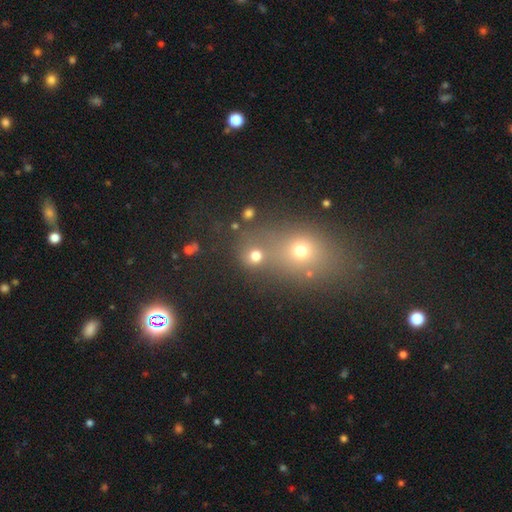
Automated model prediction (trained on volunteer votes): smooth_or_featured: smooth (p=0.72) [alt: star or artifact p=0.19]
how_rounded: round (p=0.83) [alt: in between p=0.16]
merging: none (p=0.52) [alt: merger p=0.36]